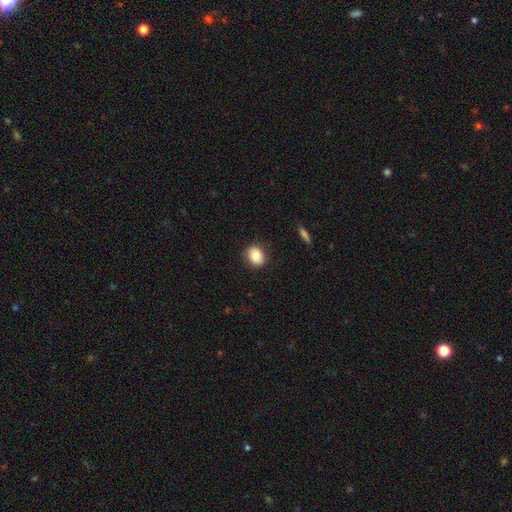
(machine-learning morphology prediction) Overall: smooth (85%). How rounded: in between (52%; round 47%). Merging: none (83%).